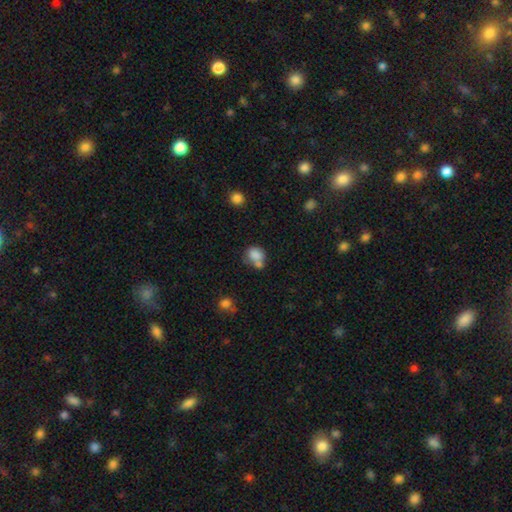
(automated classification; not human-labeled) Smooth or featured? Predicted: smooth (p=0.80). How rounded? Predicted: round (p=0.58). Merging? Predicted: merger (p=0.41).